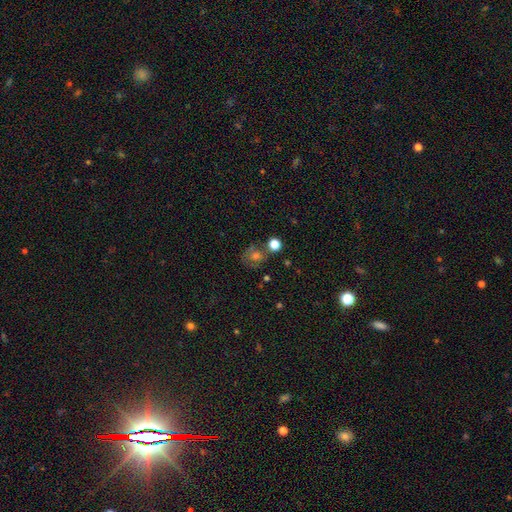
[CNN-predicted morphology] smooth_or_featured: smooth (p=0.54) [alt: star or artifact p=0.25]
how_rounded: round (p=0.77) [alt: in between p=0.22]
merging: none (p=0.61) [alt: minor disturbance p=0.17]